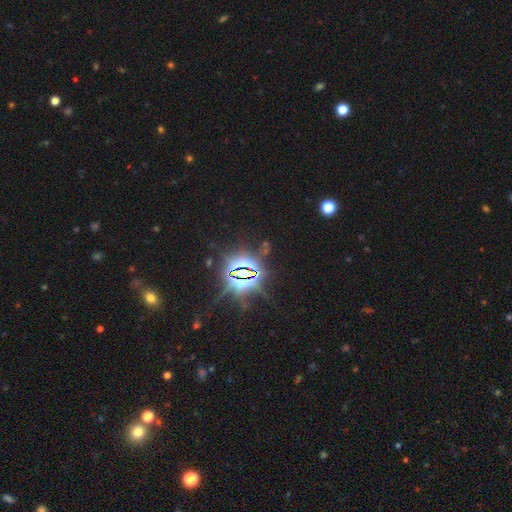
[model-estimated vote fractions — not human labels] smooth_or_featured: star or artifact (p=0.84) [alt: smooth p=0.09]